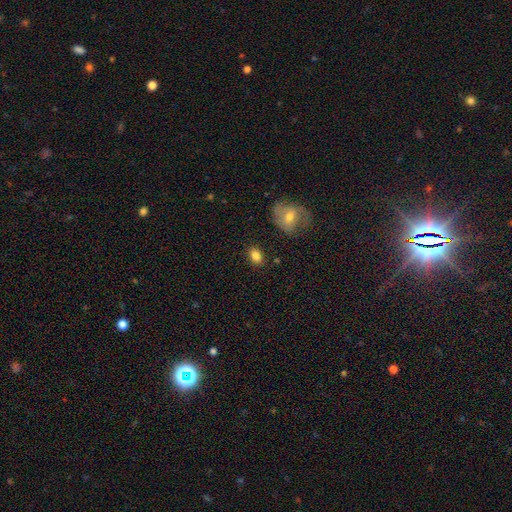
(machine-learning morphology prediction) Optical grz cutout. It shows a smooth galaxy with no disk features (83%) that is in between round and cigar-shaped (78%). Merging: none (84%).